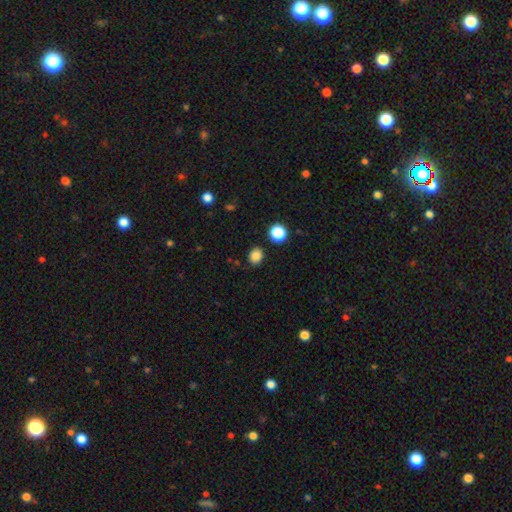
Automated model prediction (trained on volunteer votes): Smooth or featured?
  - smooth: 84% *
  - star or artifact: 12%
  - featured or disk: 4%
How rounded?
  - round: 62% *
  - in between: 37%
  - cigar-shaped: 1%
Merging?
  - none: 87% *
  - minor disturbance: 8%
  - merger: 3%
  - major disturbance: 2%